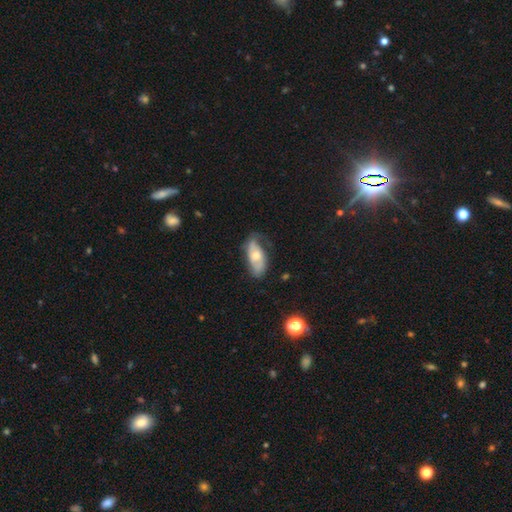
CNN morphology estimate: A featured or disk galaxy (48%). Merging: none (56%).